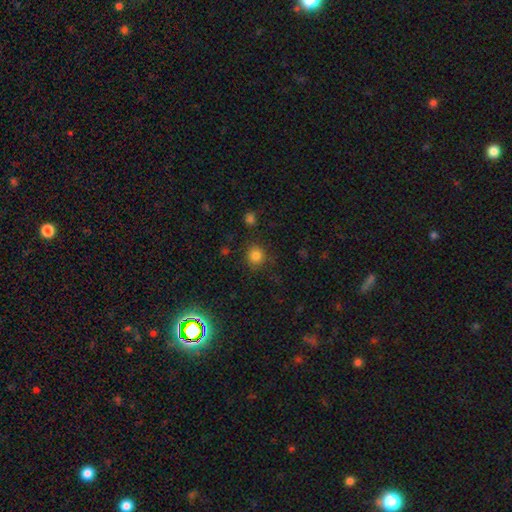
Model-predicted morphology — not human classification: A smooth galaxy with no disk features (81%) that is round (87%).

Vote fractions:
- Smooth or featured? smooth: 81% / star or artifact: 14% / featured or disk: 5%
- How rounded? round: 87% / in between: 12% / cigar-shaped: 1%
- Merging? none: 84% / minor disturbance: 10% / major disturbance: 4% / merger: 2%